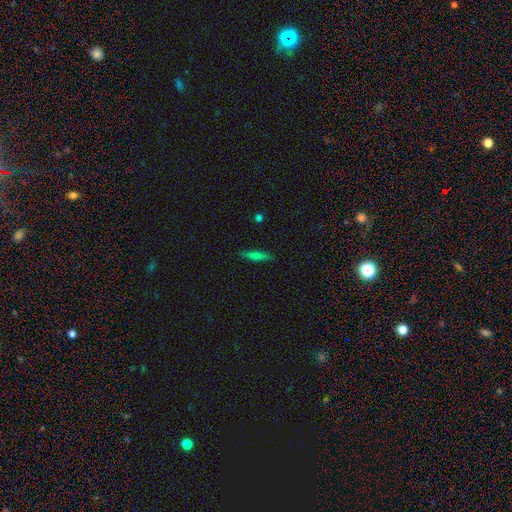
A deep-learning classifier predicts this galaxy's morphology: This appears to be a smooth galaxy with no disk features (60%) that is cigar-shaped (86%). Merging: none (89%).